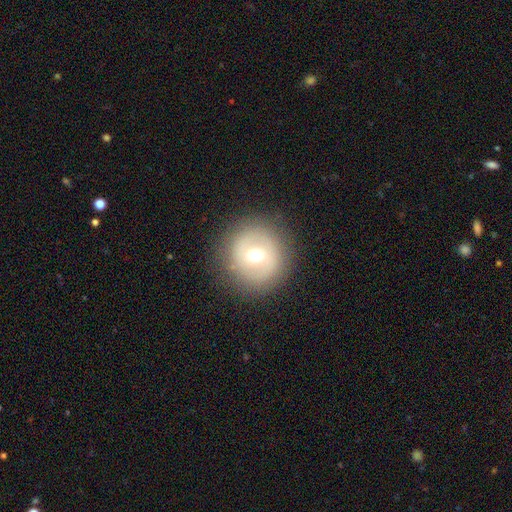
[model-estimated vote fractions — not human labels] A smooth galaxy with no disk features (55%) that is round (92%).

Vote fractions:
- Smooth or featured? smooth: 55% / featured or disk: 32% / star or artifact: 13%
- How rounded? round: 92% / in between: 7% / cigar-shaped: 1%
- Merging? none: 85% / minor disturbance: 9% / major disturbance: 5% / merger: 1%